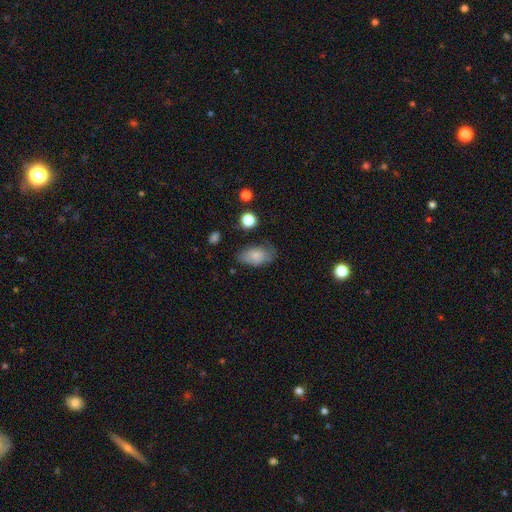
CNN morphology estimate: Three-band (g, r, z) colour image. It shows a smooth galaxy with no disk features (76%) that is in between round and cigar-shaped (92%). Merging: none (62%).